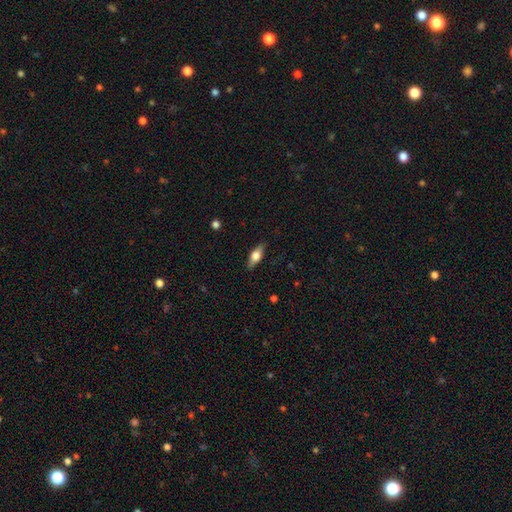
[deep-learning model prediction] Smooth or featured: smooth — 50% (featured or disk — 44%)
Merging: none — 86% (minor disturbance — 11%)